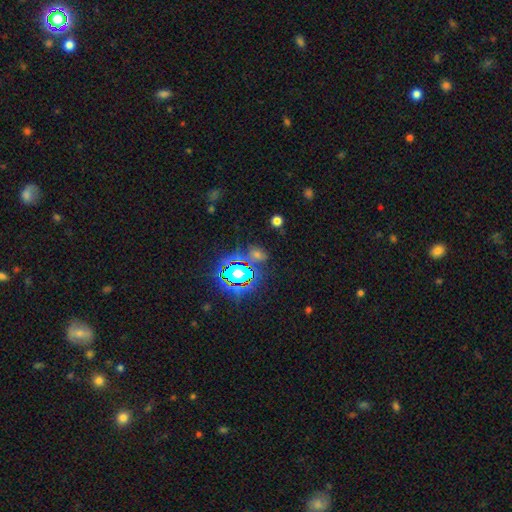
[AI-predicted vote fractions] This is likely a star or artifact rather than a galaxy (69%).